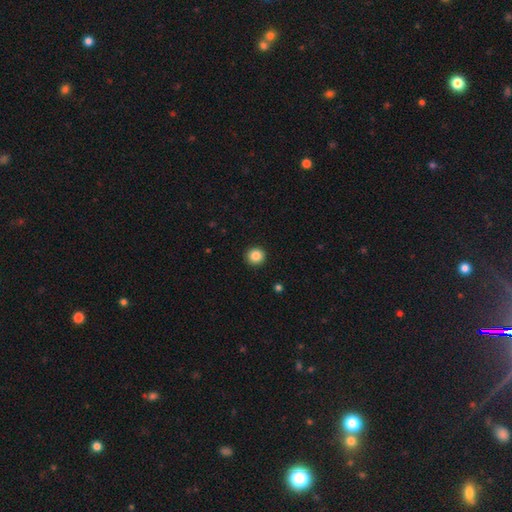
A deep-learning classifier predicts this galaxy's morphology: Q: Smooth or featured?
A: smooth (86%); runner-up: star or artifact (10%)
Q: How rounded?
A: round (94%); runner-up: in between (5%)
Q: Merging?
A: none (93%); runner-up: minor disturbance (4%)